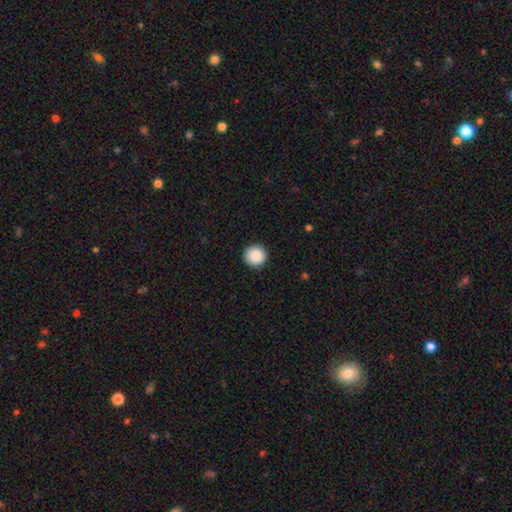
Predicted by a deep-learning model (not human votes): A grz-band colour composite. It shows a smooth galaxy with no disk features (88%) that is round (96%). Merging: none (92%).